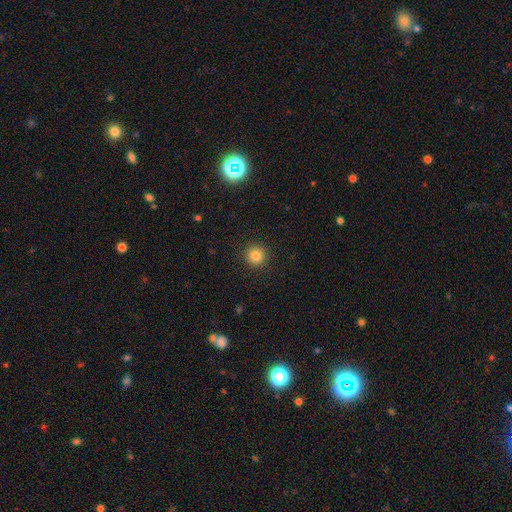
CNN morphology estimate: Q: Smooth or featured?
A: smooth (84%); runner-up: star or artifact (11%)
Q: How rounded?
A: round (94%); runner-up: in between (5%)
Q: Merging?
A: none (91%); runner-up: minor disturbance (6%)